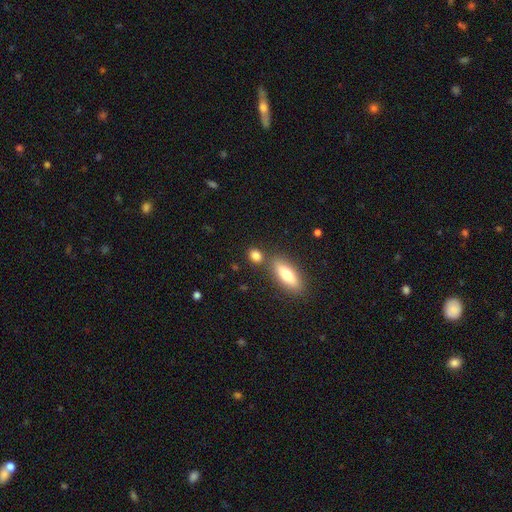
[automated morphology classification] Overall: smooth (83%). How rounded: in between (48%; round 43%). Merging: none (71%).